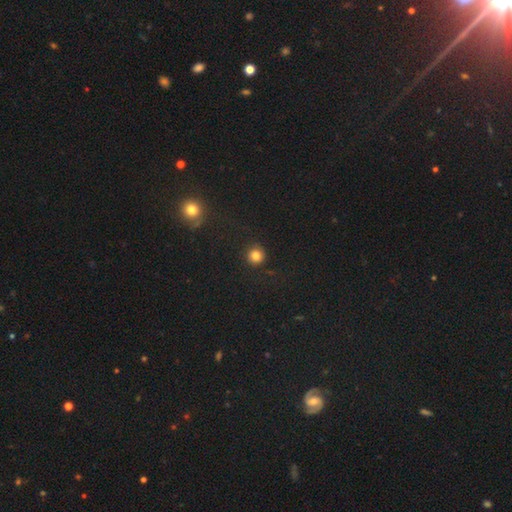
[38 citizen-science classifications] smooth_or_featured: smooth (p=0.97) [alt: featured or disk p=0.03]
how_rounded: round (p=0.92) [alt: in between p=0.08]
merging: none (p=0.87) [alt: minor disturbance p=0.11]